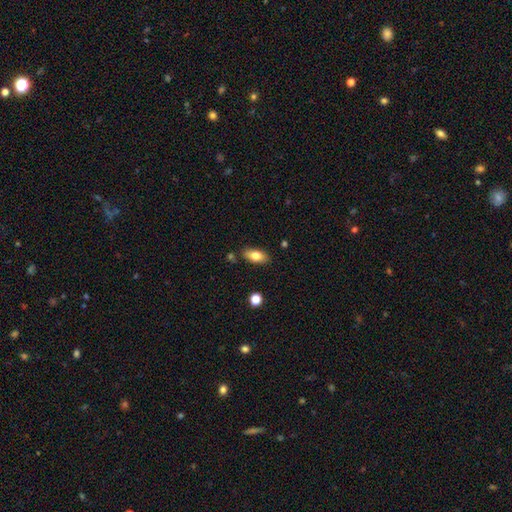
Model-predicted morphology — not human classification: Overall: smooth (77%). How rounded: in between (88%). Merging: none (83%).